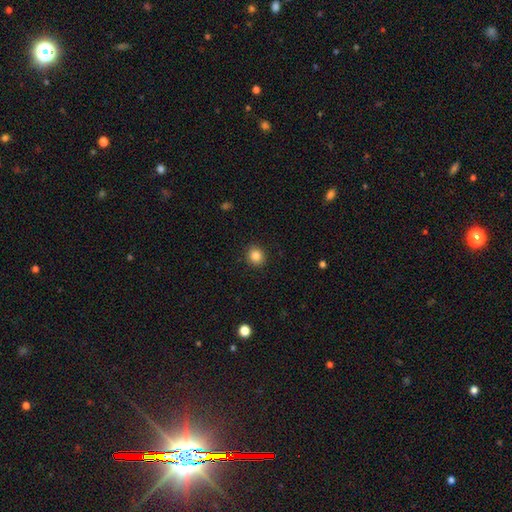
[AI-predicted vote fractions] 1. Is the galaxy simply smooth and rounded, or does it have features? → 85% smooth, 11% star or artifact, 5% featured or disk.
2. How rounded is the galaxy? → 88% round, 11% in between, 1% cigar-shaped.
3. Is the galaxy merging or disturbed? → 91% none, 6% minor disturbance, 2% major disturbance, 1% merger.